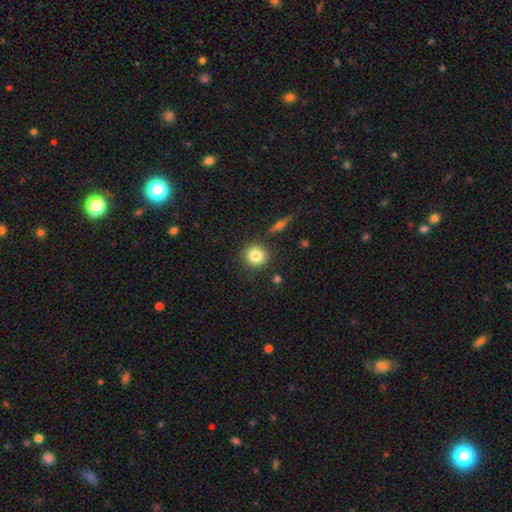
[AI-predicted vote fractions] Smooth or featured? Predicted: smooth (p=0.82). How rounded? Predicted: round (p=0.91). Merging? Predicted: none (p=0.86).